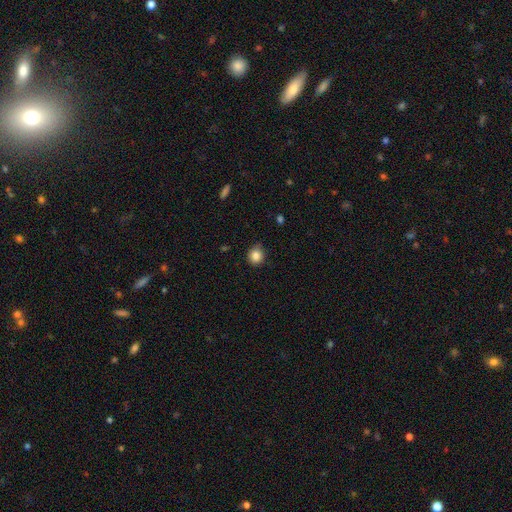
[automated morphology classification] A smooth galaxy with no disk features (85%) that is round (88%).

Vote fractions:
- Smooth or featured? smooth: 85% / star or artifact: 11% / featured or disk: 4%
- How rounded? round: 88% / in between: 11% / cigar-shaped: 1%
- Merging? none: 81% / minor disturbance: 15% / major disturbance: 3% / merger: 1%